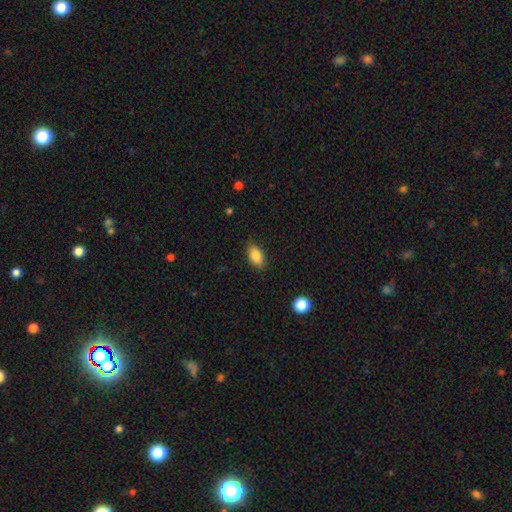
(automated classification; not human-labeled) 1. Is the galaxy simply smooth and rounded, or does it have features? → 86% smooth, 8% star or artifact, 6% featured or disk.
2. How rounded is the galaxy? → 91% in between, 6% round, 4% cigar-shaped.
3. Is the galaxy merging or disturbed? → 84% none, 12% minor disturbance, 3% major disturbance, 1% merger.